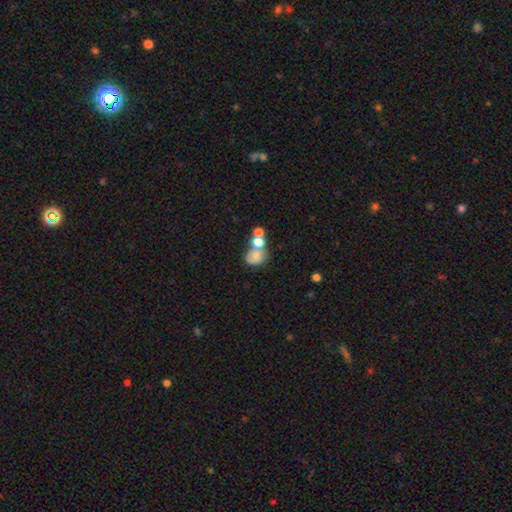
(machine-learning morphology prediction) smooth 64%, featured or disk 24%, star or artifact 13%. Down the decision tree: how rounded — round (58%); merging — merger (45%).